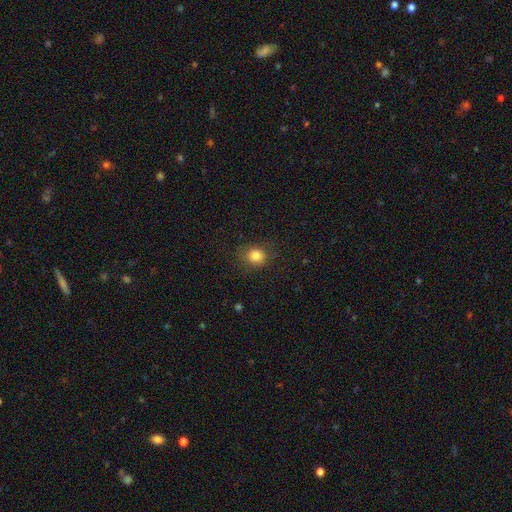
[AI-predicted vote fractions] This is clearly a smooth galaxy (83%). How rounded: likely round (76%). Merging: clearly none (84%).